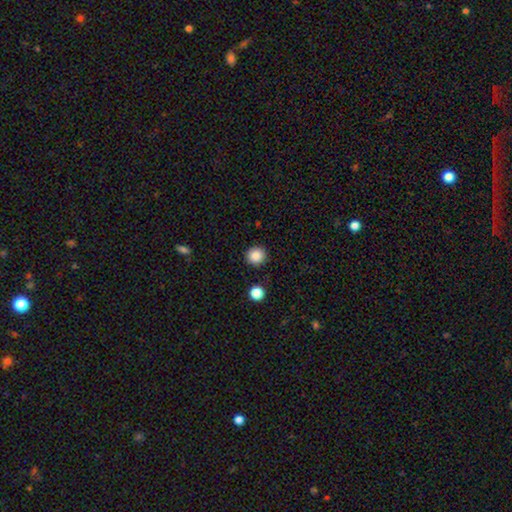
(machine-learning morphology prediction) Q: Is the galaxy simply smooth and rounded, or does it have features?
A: smooth — 87%.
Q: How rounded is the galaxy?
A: round — 92%.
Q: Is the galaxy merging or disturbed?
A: none — 91%.